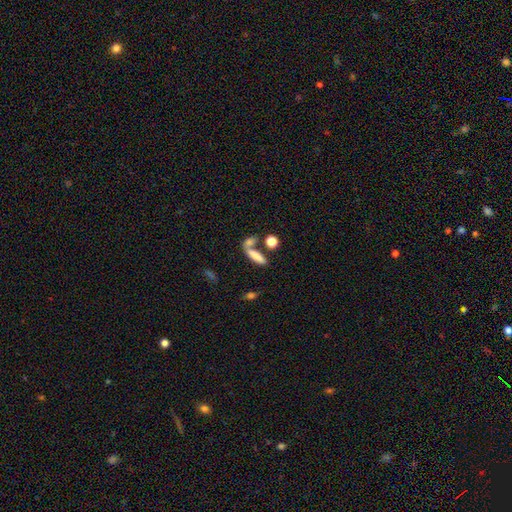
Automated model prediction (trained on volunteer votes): Smooth or featured? smooth (75%)
How rounded? cigar-shaped (50%)
Merging? none (45%)